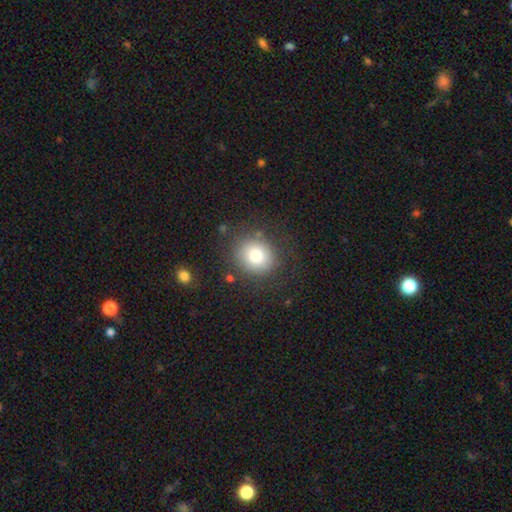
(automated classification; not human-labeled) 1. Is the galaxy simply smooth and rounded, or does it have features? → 78% smooth, 11% star or artifact, 11% featured or disk.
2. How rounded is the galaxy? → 78% round, 21% in between, 1% cigar-shaped.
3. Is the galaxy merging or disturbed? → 83% none, 10% minor disturbance, 5% major disturbance, 2% merger.